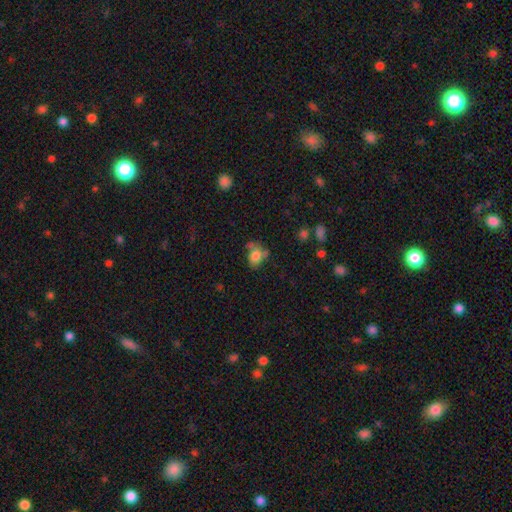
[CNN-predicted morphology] Smooth or featured? smooth (74%)
How rounded? in between (61%)
Merging? none (44%)